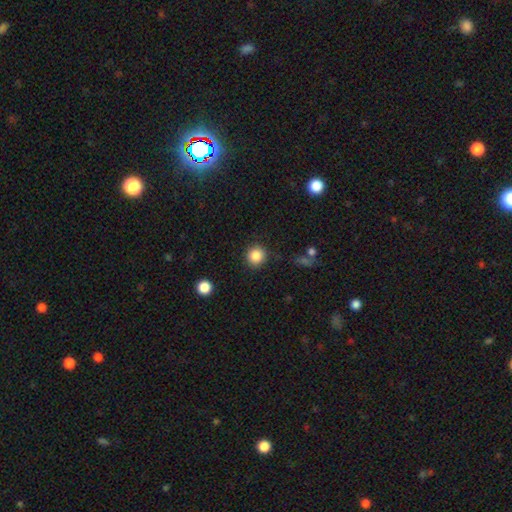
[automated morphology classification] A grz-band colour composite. It shows a smooth galaxy with no disk features (86%) that is round (93%). Merging: none (89%).